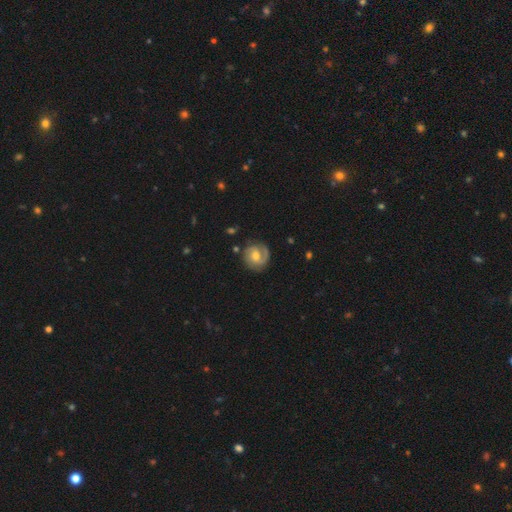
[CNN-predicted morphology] This appears to be a featured or disk galaxy (78%) with no bar (47%), 2 (76%) tight (49%) spiral arms (95%) and a moderate central bulge (64%). Merging: none (79%).